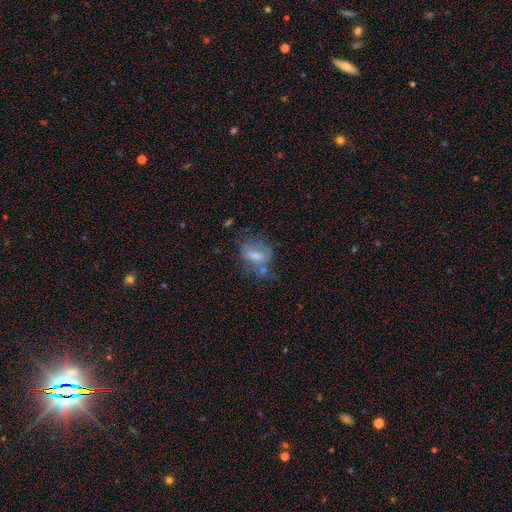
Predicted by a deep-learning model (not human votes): Smooth or featured? Predicted: smooth (p=0.50). How rounded? Predicted: in between (p=0.75). Merging? Predicted: none (p=0.33).